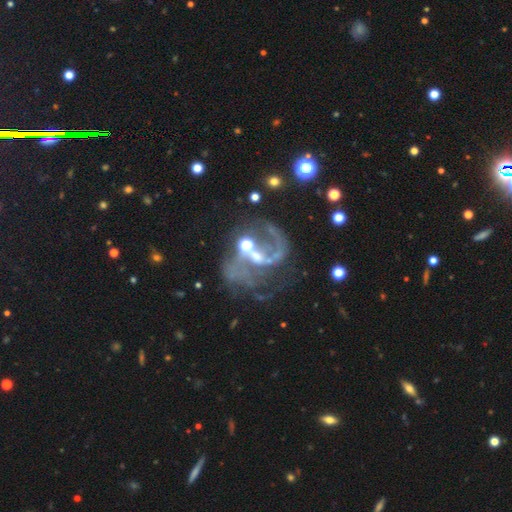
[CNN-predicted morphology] smooth-or-featured: featured or disk: 81% | star or artifact: 12% | smooth: 7%
  disk-edge-on: no: 98% | yes: 2%
    bar: weak: 41% | no: 36% | strong: 23%
    has-spiral-arms: yes: 88% | no: 12%
      spiral-winding: loose: 47% | medium: 42% | tight: 11%
      spiral-arm-count: 2: 72% | 1: 14% | can't tell: 7% | 3: 3% | 4: 2% | more than 4: 2%
    bulge-size: moderate: 47% | small: 33% | none: 12% | large: 6% | dominant: 2%
  merging: none: 40% | major disturbance: 28% | merger: 17% | minor disturbance: 15%